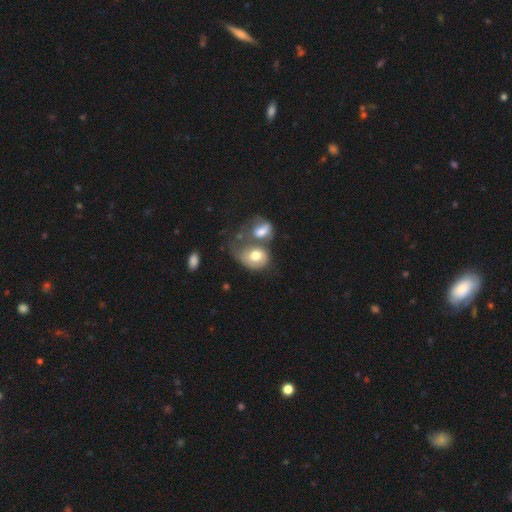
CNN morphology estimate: A smooth galaxy with no disk features (60%) that is in between round and cigar-shaped (55%).

Vote fractions:
- Smooth or featured? smooth: 60% / featured or disk: 33% / star or artifact: 7%
- How rounded? in between: 55% / round: 43% / cigar-shaped: 1%
- Merging? merger: 55% / major disturbance: 18% / none: 16% / minor disturbance: 12%